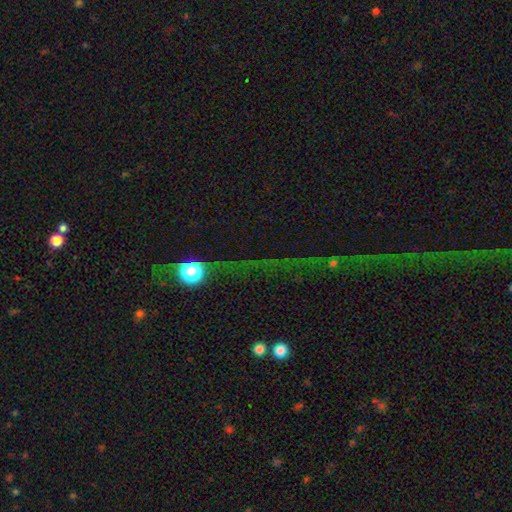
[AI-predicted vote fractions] Smooth or featured? star or artifact (64%)